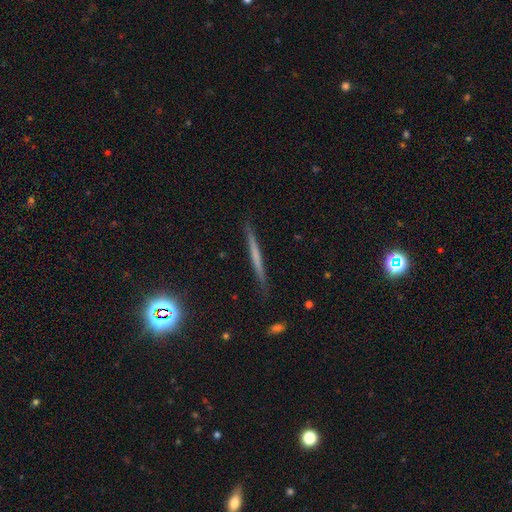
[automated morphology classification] Smooth or featured?
  - featured or disk: 46% *
  - smooth: 44%
  - star or artifact: 10%
Merging?
  - none: 89% *
  - minor disturbance: 9%
  - major disturbance: 2%
  - merger: 1%